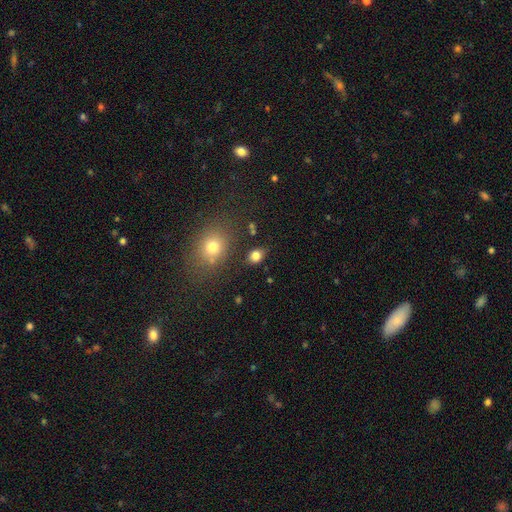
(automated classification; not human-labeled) A smooth galaxy with no disk features (81%) that is in between round and cigar-shaped (65%). Merging: none (80%).